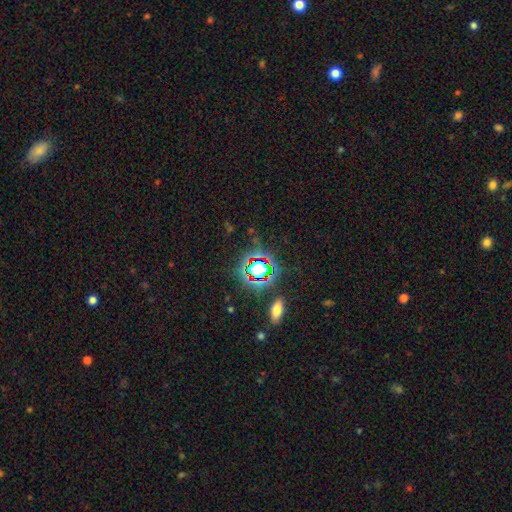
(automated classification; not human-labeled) A star or artifact, not a galaxy (73%).